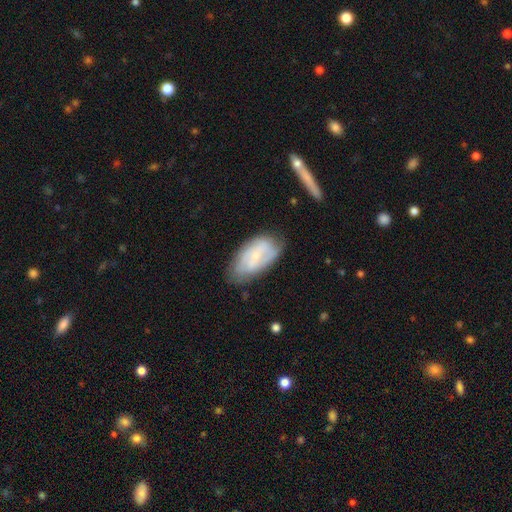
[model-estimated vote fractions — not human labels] smooth_or_featured: featured or disk (p=0.57) [alt: smooth p=0.36]
disk_edge_on: no (p=0.93) [alt: yes p=0.07]
bar: no (p=0.55) [alt: weak p=0.35]
has_spiral_arms: yes (p=0.76) [alt: no p=0.24]
bulge_size: small (p=0.73) [alt: moderate p=0.20]
merging: none (p=0.65) [alt: minor disturbance p=0.25]